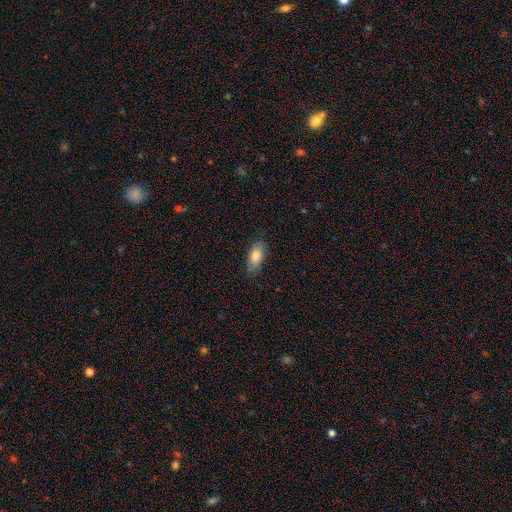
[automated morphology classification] Smooth or featured: smooth — 81% (featured or disk — 13%)
How rounded: in between — 87% (cigar-shaped — 9%)
Merging: none — 79% (minor disturbance — 17%)